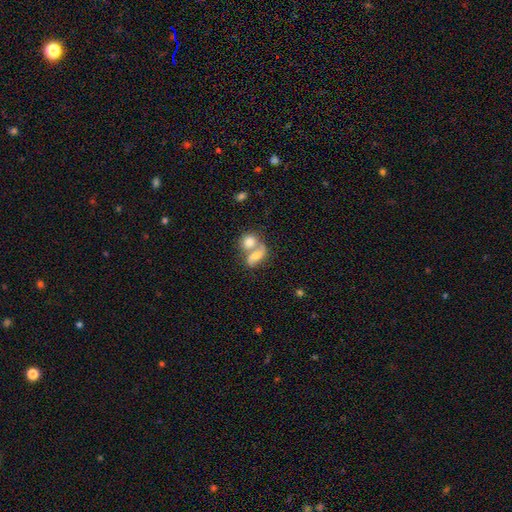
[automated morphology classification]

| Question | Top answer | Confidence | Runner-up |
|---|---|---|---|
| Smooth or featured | smooth | 50% | featured or disk (41%) |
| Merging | merger | 63% | none (23%) |